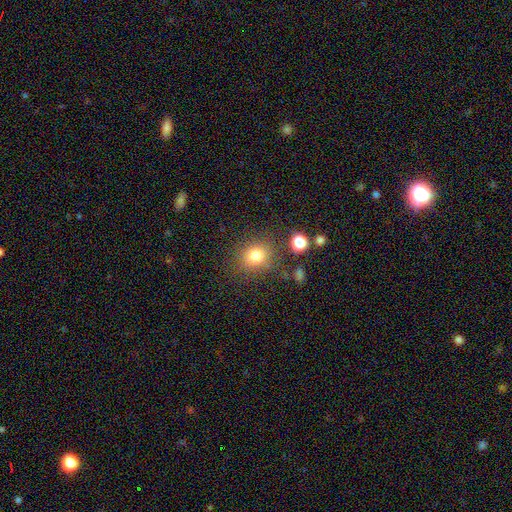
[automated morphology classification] This is likely a smooth galaxy (79%). How rounded: likely round (77%). Merging: clearly none (81%).